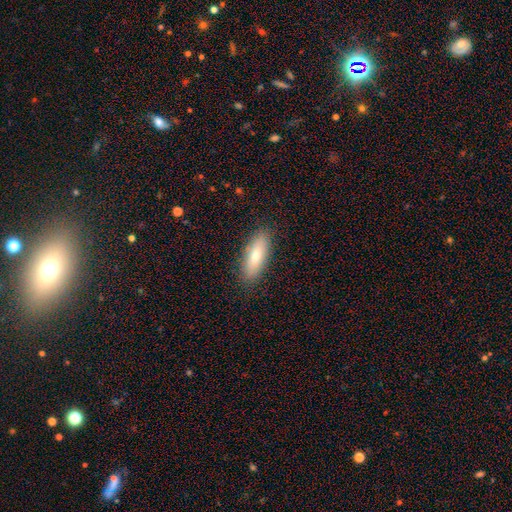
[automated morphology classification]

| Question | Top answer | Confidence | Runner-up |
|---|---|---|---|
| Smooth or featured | smooth | 72% | featured or disk (21%) |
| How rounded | in between | 64% | cigar-shaped (33%) |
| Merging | none | 88% | minor disturbance (9%) |